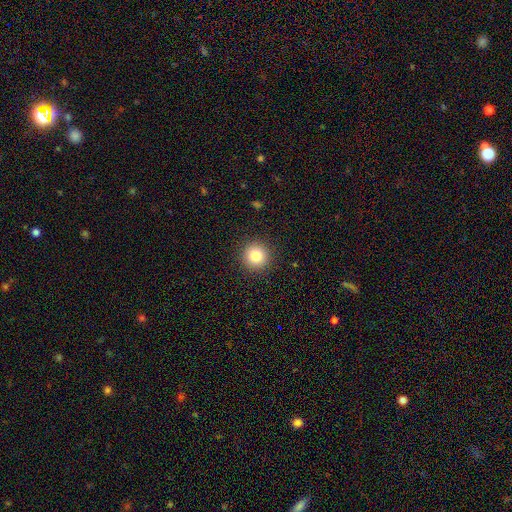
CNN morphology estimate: This is clearly a smooth galaxy (83%). How rounded: clearly round (95%). Merging: clearly none (92%).